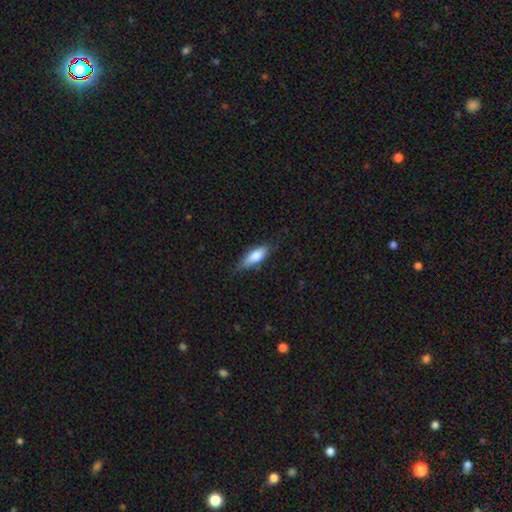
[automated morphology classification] Smooth or featured: smooth — 76% (featured or disk — 17%)
How rounded: in between — 62% (cigar-shaped — 36%)
Merging: none — 71% (minor disturbance — 23%)